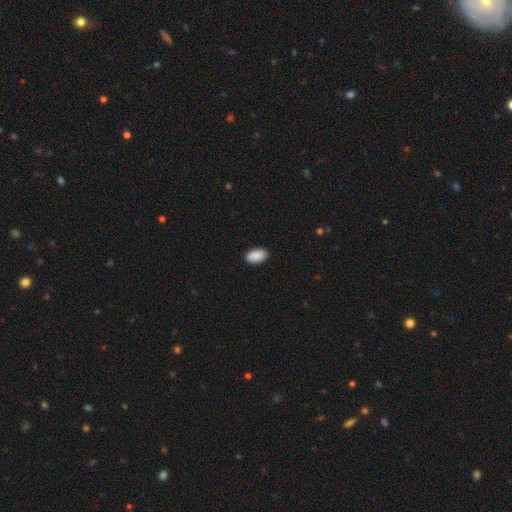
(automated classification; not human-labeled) smooth-or-featured: smooth: 91% | star or artifact: 7% | featured or disk: 3%
  how-rounded: in between: 95% | round: 3% | cigar-shaped: 2%
  merging: none: 89% | minor disturbance: 8% | major disturbance: 2% | merger: 1%